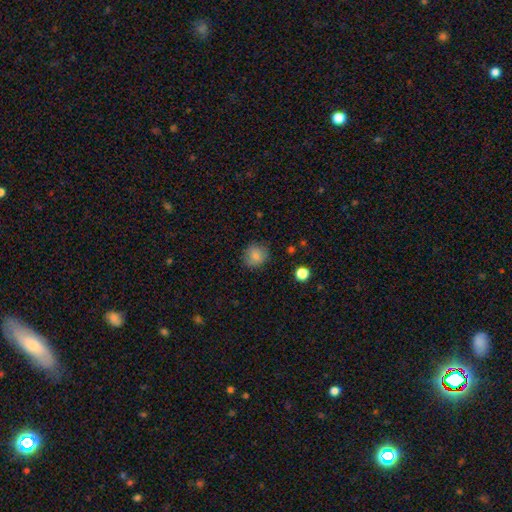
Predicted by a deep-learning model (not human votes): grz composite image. It shows a smooth galaxy with no disk features (84%) that is round (85%). Merging: none (84%).